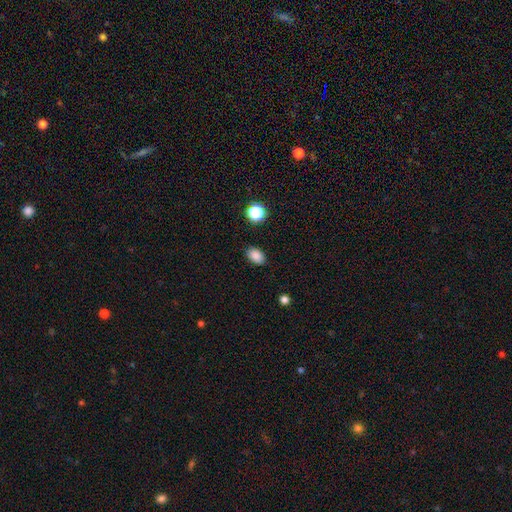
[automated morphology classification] Overall: smooth (86%). How rounded: in between (83%). Merging: none (87%).